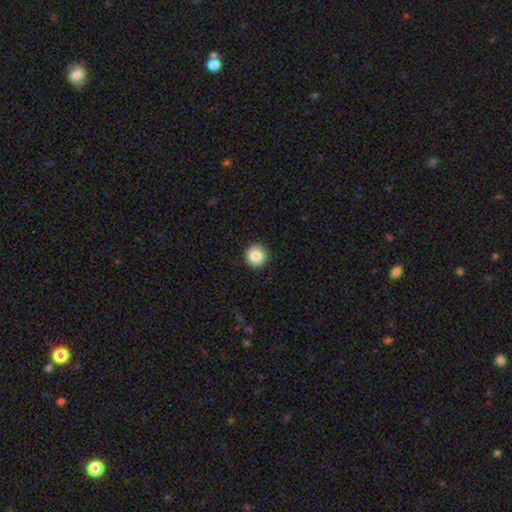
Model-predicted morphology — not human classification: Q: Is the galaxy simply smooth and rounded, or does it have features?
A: smooth — 84%.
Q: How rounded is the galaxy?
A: round — 95%.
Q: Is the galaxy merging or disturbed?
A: none — 90%.